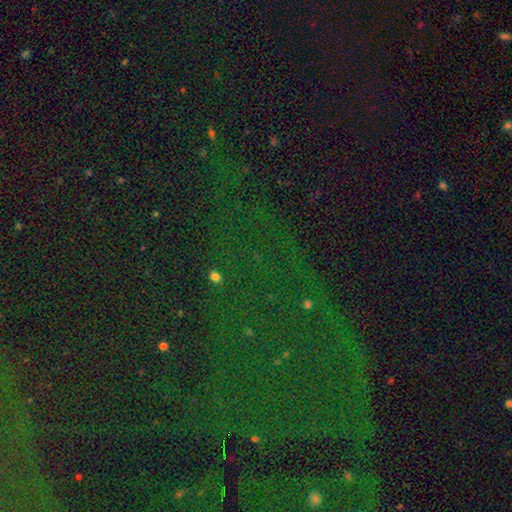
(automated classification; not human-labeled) This appears to be a star or artifact, not a galaxy (83%).